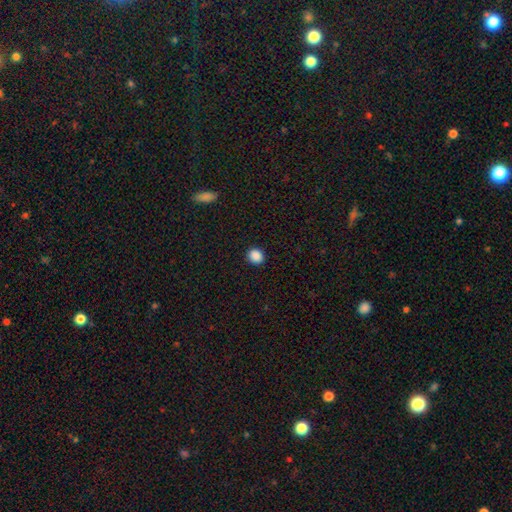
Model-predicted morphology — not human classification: smooth_or_featured: smooth (p=0.88) [alt: star or artifact p=0.09]
how_rounded: round (p=0.78) [alt: in between p=0.21]
merging: none (p=0.91) [alt: minor disturbance p=0.06]